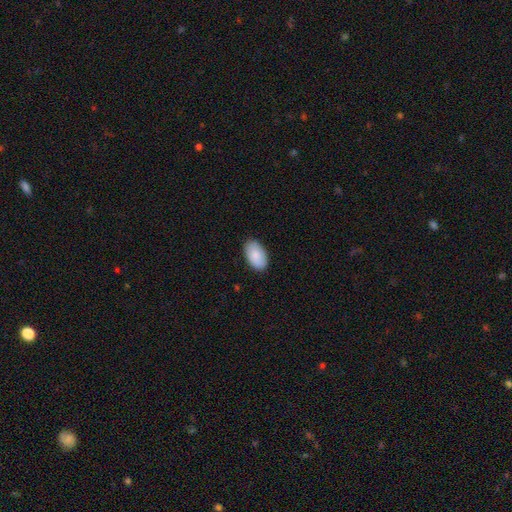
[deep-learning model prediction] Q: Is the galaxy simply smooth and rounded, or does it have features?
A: smooth — 87%.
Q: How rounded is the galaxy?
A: in between — 95%.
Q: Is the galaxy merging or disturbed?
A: none — 87%.